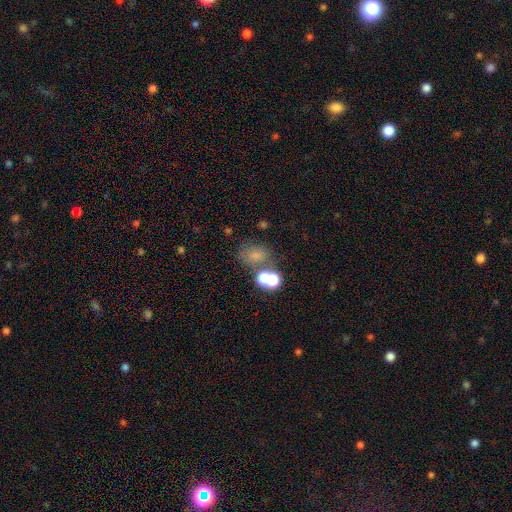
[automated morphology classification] smooth 63%, star or artifact 21%, featured or disk 17%. Down the decision tree: how rounded — in between (52%); merging — none (44%).